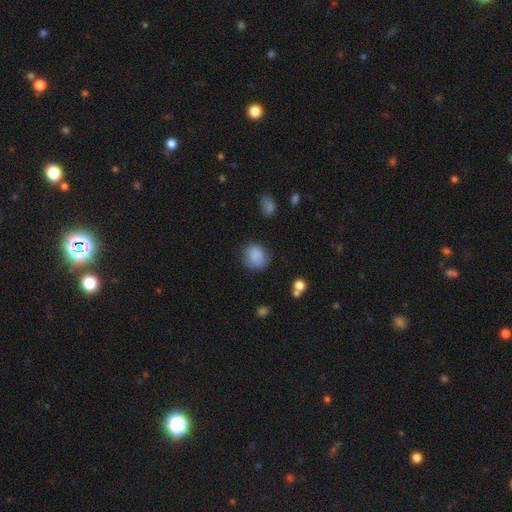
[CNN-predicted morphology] A smooth galaxy with no disk features (86%) that is round (75%).

Vote fractions:
- Smooth or featured? smooth: 86% / star or artifact: 9% / featured or disk: 5%
- How rounded? round: 75% / in between: 24% / cigar-shaped: 1%
- Merging? none: 78% / minor disturbance: 16% / major disturbance: 4% / merger: 2%